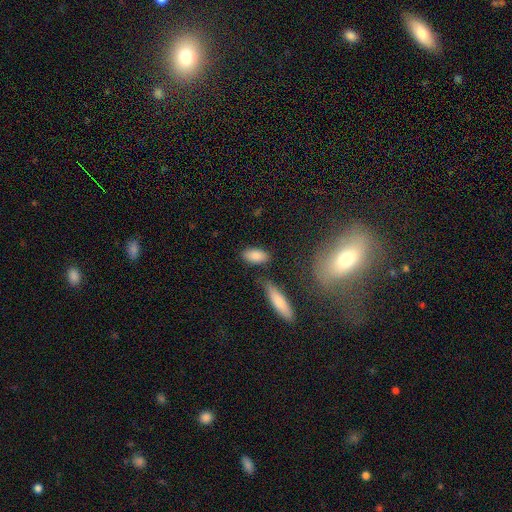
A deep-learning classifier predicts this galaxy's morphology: Overall: smooth (85%). How rounded: in between (89%). Merging: none (79%).